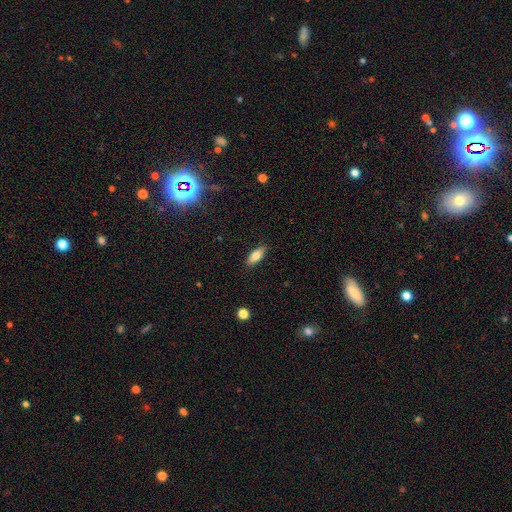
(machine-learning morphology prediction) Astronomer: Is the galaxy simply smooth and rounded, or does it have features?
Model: smooth — 73%.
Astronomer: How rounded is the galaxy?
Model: in between — 68%.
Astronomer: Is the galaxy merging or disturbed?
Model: none — 87%.